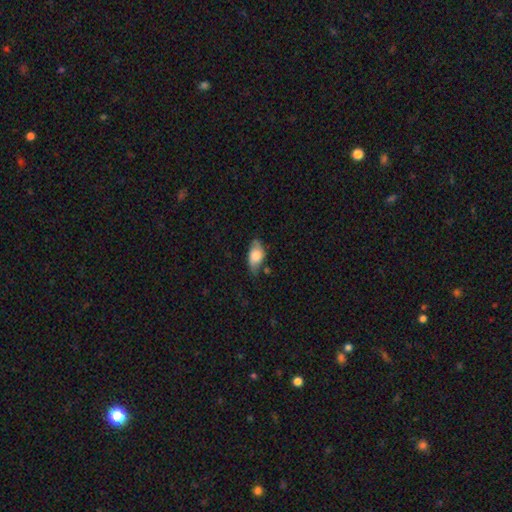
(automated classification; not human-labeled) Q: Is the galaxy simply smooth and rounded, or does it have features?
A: smooth — 68%.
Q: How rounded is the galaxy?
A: in between — 88%.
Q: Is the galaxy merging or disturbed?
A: none — 54%.